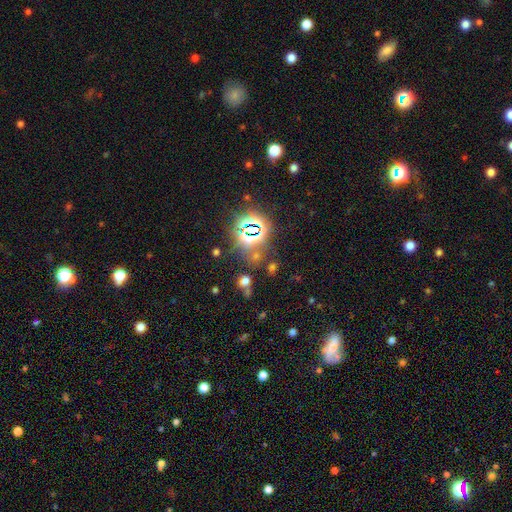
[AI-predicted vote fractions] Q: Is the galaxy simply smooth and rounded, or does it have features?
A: star or artifact — 67%.